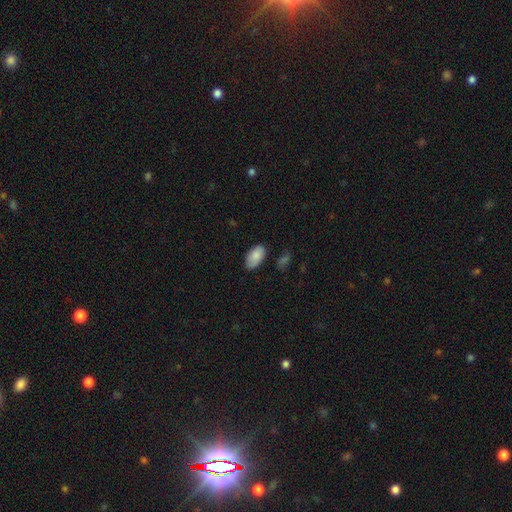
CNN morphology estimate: type=smooth (85%); roundness=in between (95%); merging=none (77%).